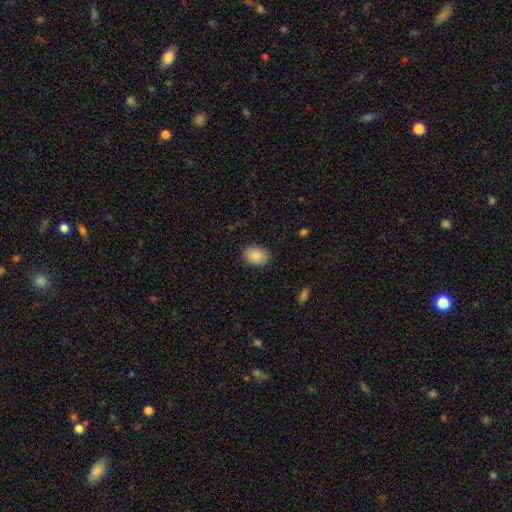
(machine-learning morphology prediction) A smooth galaxy with no disk features (89%) that is in between round and cigar-shaped (77%). Merging: none (88%).